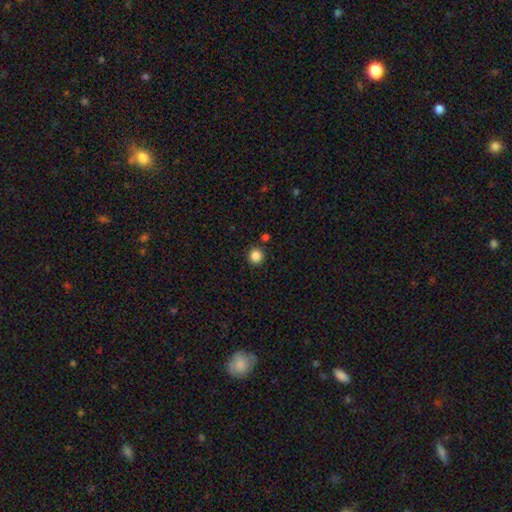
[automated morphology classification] This appears to be a smooth galaxy with no disk features (85%) that is round (94%). Merging: none (88%).